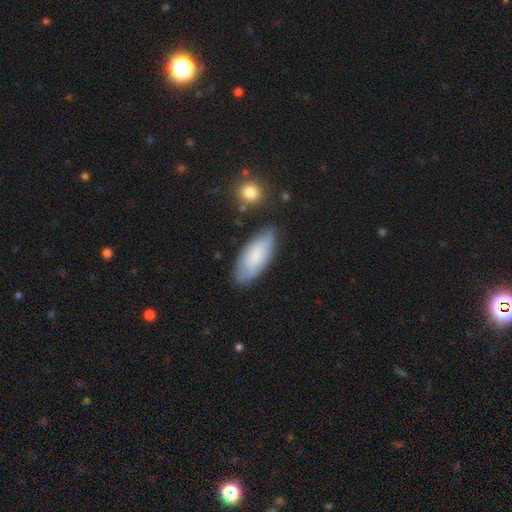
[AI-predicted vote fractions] Smooth or featured?
  - smooth: 72% *
  - featured or disk: 22%
  - star or artifact: 6%
How rounded?
  - in between: 82% *
  - cigar-shaped: 16%
  - round: 2%
Merging?
  - none: 74% *
  - minor disturbance: 19%
  - major disturbance: 4%
  - merger: 3%